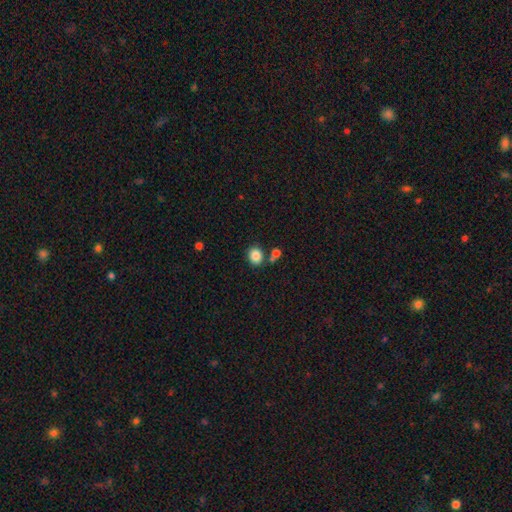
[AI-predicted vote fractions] smooth_or_featured: smooth (p=0.86) [alt: star or artifact p=0.10]
how_rounded: round (p=0.65) [alt: in between p=0.34]
merging: none (p=0.73) [alt: merger p=0.14]